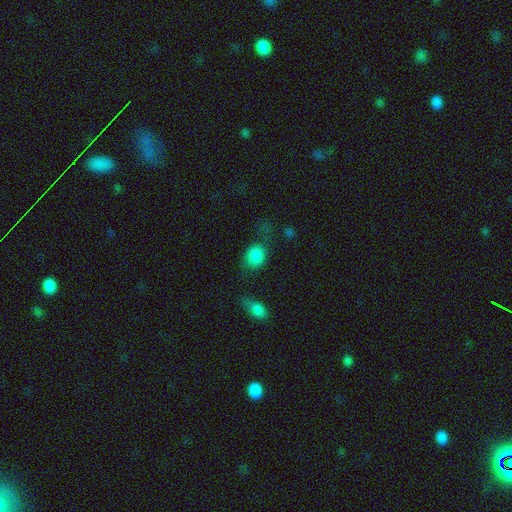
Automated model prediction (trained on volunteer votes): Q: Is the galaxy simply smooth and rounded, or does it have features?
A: smooth — 84%.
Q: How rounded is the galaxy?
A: round — 53%.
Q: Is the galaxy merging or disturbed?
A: none — 55%.